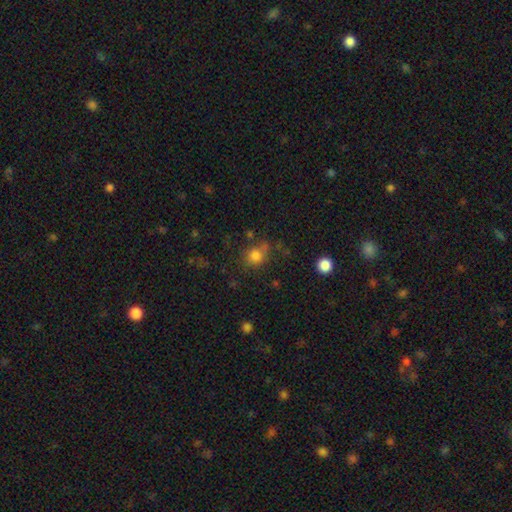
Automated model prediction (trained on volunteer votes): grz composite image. It shows a smooth galaxy with no disk features (80%) that is round (79%). Merging: none (66%).